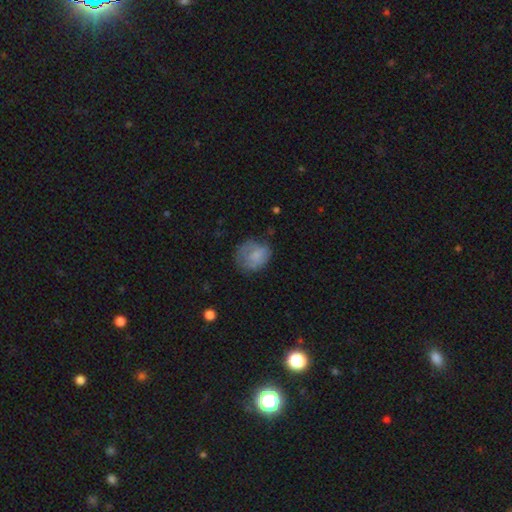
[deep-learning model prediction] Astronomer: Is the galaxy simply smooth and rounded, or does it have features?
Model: smooth — 69%.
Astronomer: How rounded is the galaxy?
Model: round — 69%.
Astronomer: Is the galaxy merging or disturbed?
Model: none — 56%.